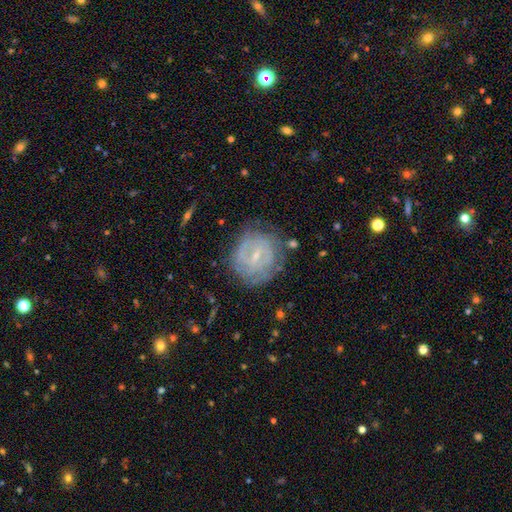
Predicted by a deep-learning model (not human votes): This is likely a featured or disk galaxy (75%). It is clearly not viewed edge-on (97%). Bar: possibly weak (55%). Spiral arm pattern: clearly yes (85%). Spiral arm count: marginally can't tell (42%). Spiral winding: likely tight (66%). Central bulge: likely small (74%). Merging: likely none (73%).